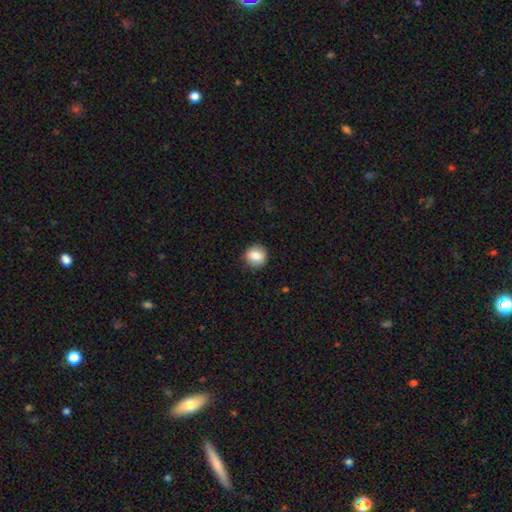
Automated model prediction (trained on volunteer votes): Q: Smooth or featured?
A: smooth (84%); runner-up: star or artifact (9%)
Q: How rounded?
A: round (86%); runner-up: in between (13%)
Q: Merging?
A: none (87%); runner-up: minor disturbance (9%)